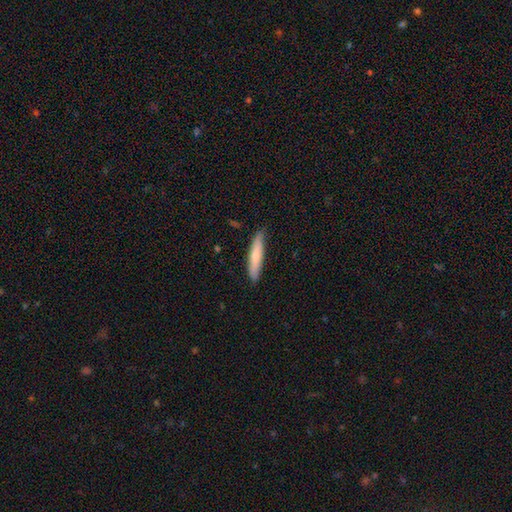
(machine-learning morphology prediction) Smooth or featured? smooth (71%)
How rounded? cigar-shaped (88%)
Merging? none (86%)